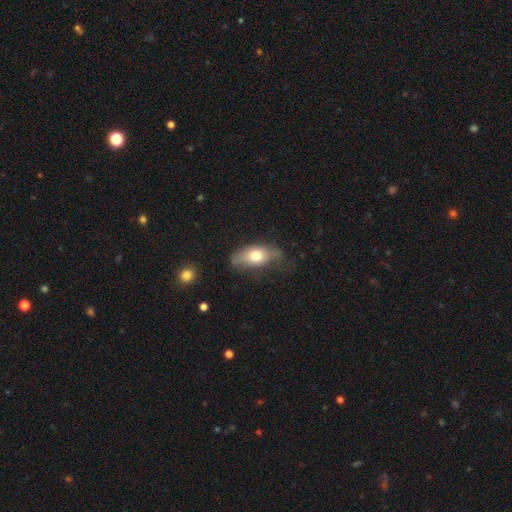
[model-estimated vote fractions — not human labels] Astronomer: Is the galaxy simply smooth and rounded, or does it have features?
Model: smooth — 66%.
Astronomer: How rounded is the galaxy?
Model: in between — 84%.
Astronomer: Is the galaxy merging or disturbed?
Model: none — 53% (runner-up: minor disturbance, 32%).